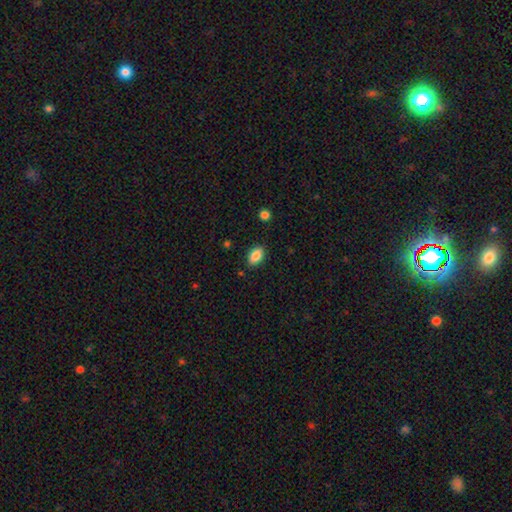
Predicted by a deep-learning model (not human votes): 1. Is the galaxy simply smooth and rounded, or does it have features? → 87% smooth, 8% star or artifact, 5% featured or disk.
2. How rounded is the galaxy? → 90% in between, 8% round, 2% cigar-shaped.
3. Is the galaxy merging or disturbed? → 86% none, 10% minor disturbance, 2% major disturbance, 2% merger.